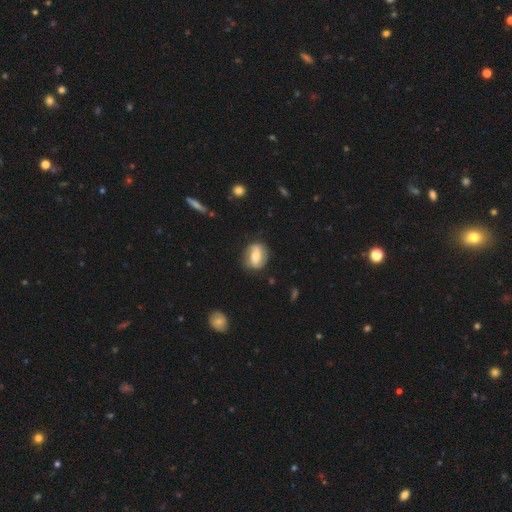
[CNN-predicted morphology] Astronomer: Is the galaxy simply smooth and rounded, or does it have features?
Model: smooth — 48% (runner-up: featured or disk, 45%).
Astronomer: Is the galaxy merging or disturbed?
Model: none — 78%.